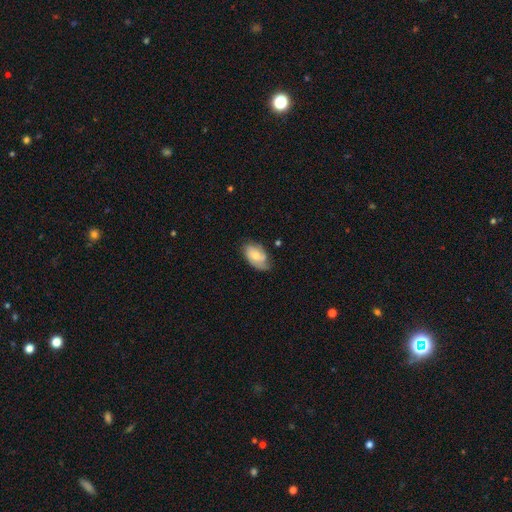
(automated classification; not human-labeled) This is possibly a smooth galaxy (47%). Merging: possibly none (58%).